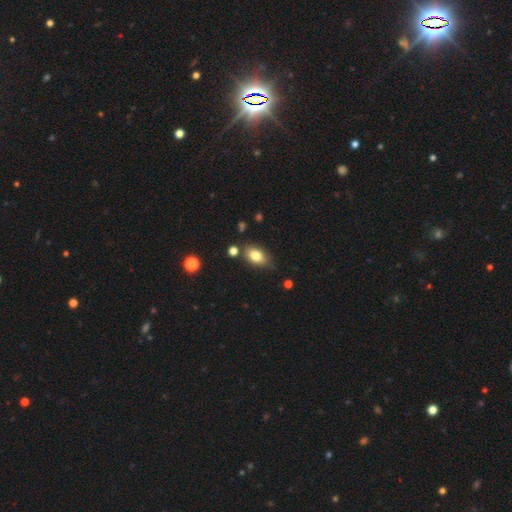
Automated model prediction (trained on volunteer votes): smooth_or_featured: smooth (p=0.80) [alt: featured or disk p=0.12]
how_rounded: in between (p=0.86) [alt: round p=0.10]
merging: none (p=0.73) [alt: minor disturbance p=0.17]